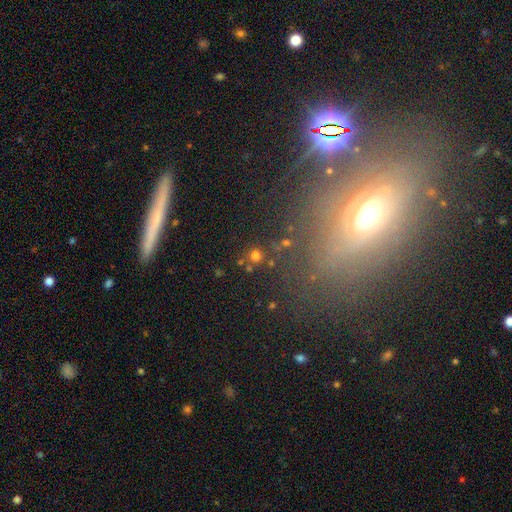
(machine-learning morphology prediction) This is likely a smooth galaxy (72%). How rounded: clearly round (94%). Merging: clearly none (81%).